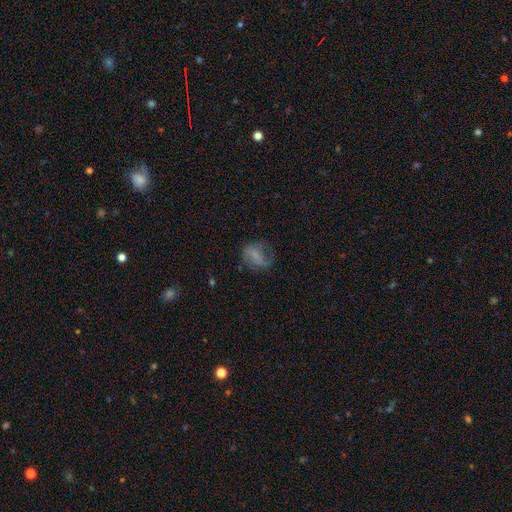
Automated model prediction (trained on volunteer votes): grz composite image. It shows a featured or disk galaxy (47%). Merging: none (52%).